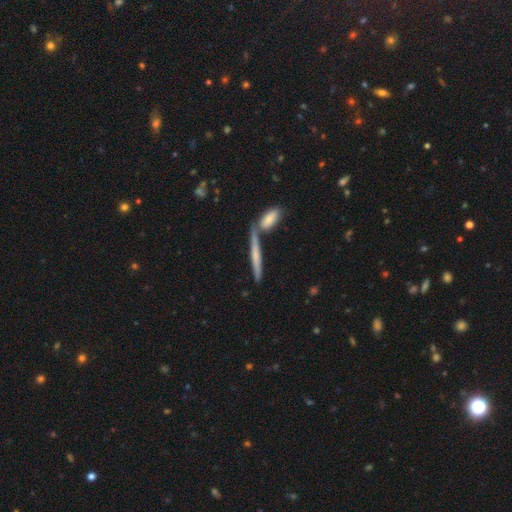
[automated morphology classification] This is possibly a smooth galaxy (52%). How rounded: clearly cigar-shaped (91%). Merging: likely none (64%).